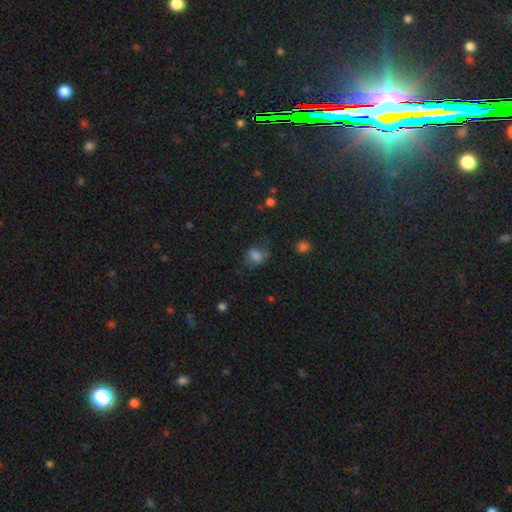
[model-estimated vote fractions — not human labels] smooth 73%, star or artifact 15%, featured or disk 13%. Down the decision tree: how rounded — in between (50%); merging — none (49%).